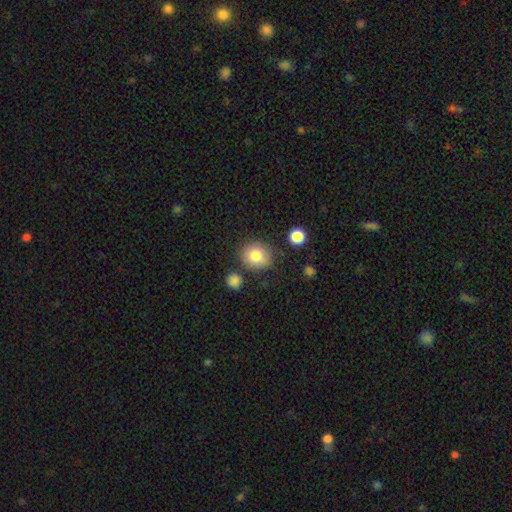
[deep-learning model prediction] This appears to be a smooth galaxy with no disk features (82%) that is round (77%). Merging: none (77%).